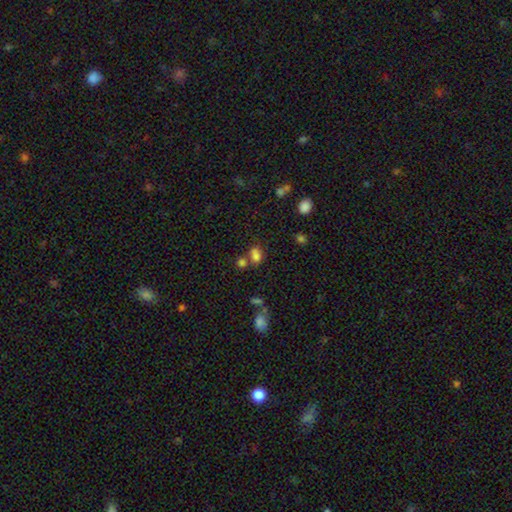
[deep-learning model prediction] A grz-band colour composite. It shows a smooth galaxy with no disk features (74%) that is in between round and cigar-shaped (60%). Merging: merger (40%, tied with none).